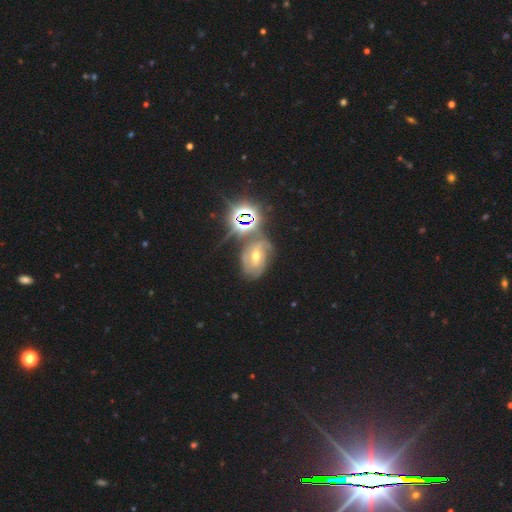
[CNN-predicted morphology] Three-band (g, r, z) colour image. It shows a featured or disk galaxy (57%) with no bar (40%, tied with weak), spiral arms (87%) and a moderate central bulge (59%). Merging: none (55%).